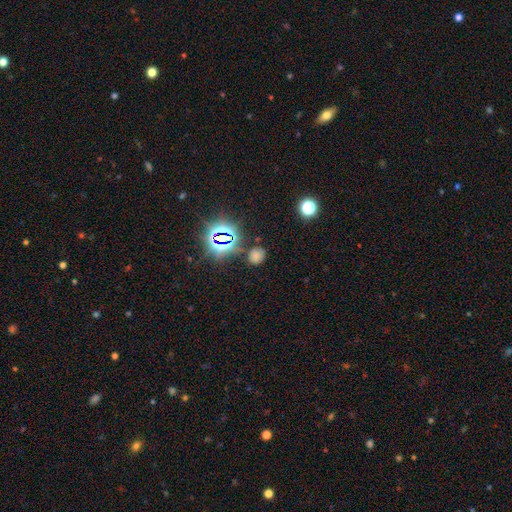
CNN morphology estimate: Smooth or featured?
  - smooth: 58% *
  - star or artifact: 35%
  - featured or disk: 8%
How rounded?
  - round: 67% *
  - in between: 32%
  - cigar-shaped: 1%
Merging?
  - none: 76% *
  - minor disturbance: 14%
  - major disturbance: 5%
  - merger: 5%